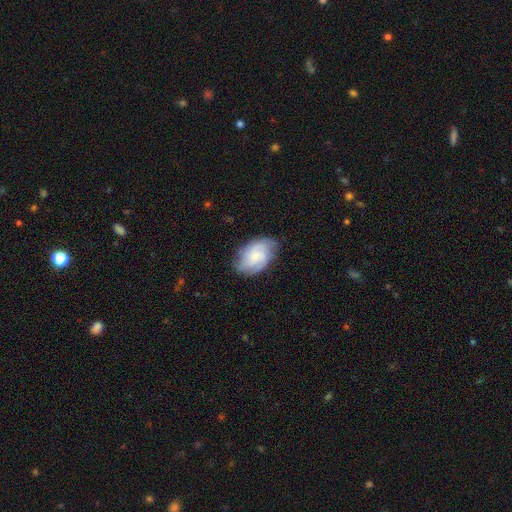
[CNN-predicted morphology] smooth-or-featured: featured or disk: 53% | smooth: 40% | star or artifact: 7%
  disk-edge-on: no: 97% | yes: 3%
    bar: no: 66% | weak: 30% | strong: 4%
    has-spiral-arms: yes: 88% | no: 12%
    bulge-size: small: 45% | moderate: 30% | none: 18% | large: 6% | dominant: 2%
  merging: none: 69% | minor disturbance: 24% | major disturbance: 7% | merger: 1%